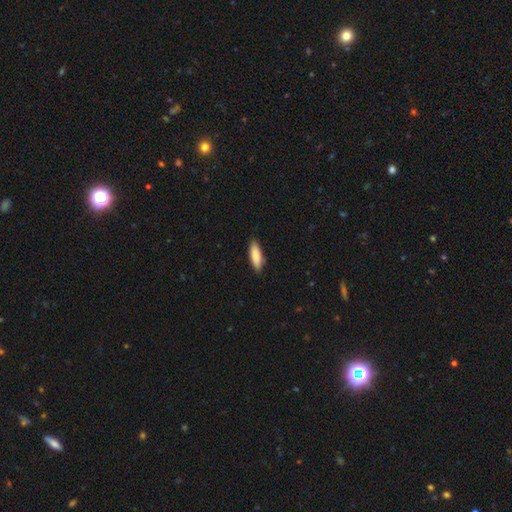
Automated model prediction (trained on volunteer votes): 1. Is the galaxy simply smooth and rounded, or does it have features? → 87% smooth, 7% featured or disk, 5% star or artifact.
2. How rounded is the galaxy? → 55% in between, 43% cigar-shaped, 2% round.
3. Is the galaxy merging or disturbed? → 87% none, 11% minor disturbance, 2% major disturbance, 1% merger.